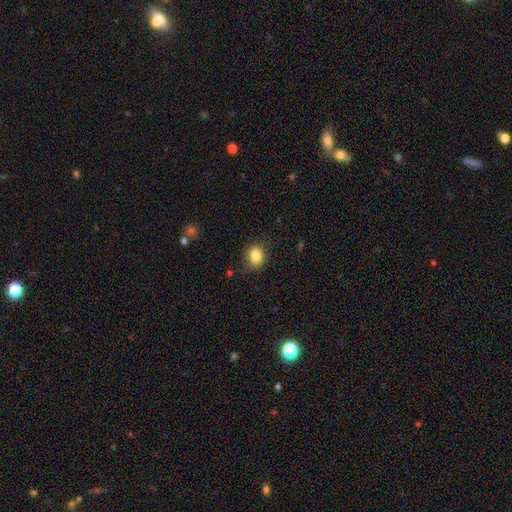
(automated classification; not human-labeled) Smooth or featured? Predicted: smooth (p=0.85). How rounded? Predicted: round (p=0.59). Merging? Predicted: none (p=0.84).